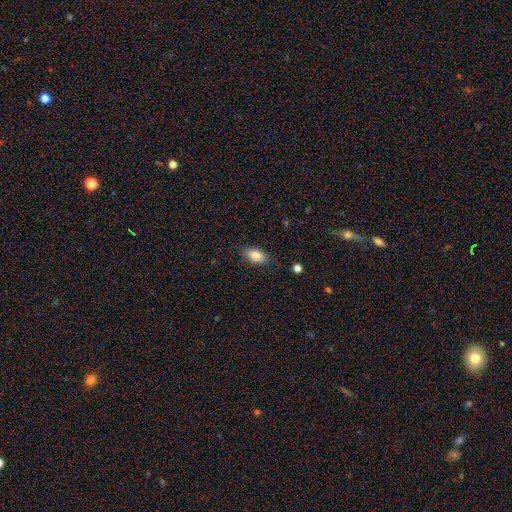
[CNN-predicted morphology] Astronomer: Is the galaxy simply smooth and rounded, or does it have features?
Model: smooth — 85%.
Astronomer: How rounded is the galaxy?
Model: in between — 91%.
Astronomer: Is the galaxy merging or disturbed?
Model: none — 86%.